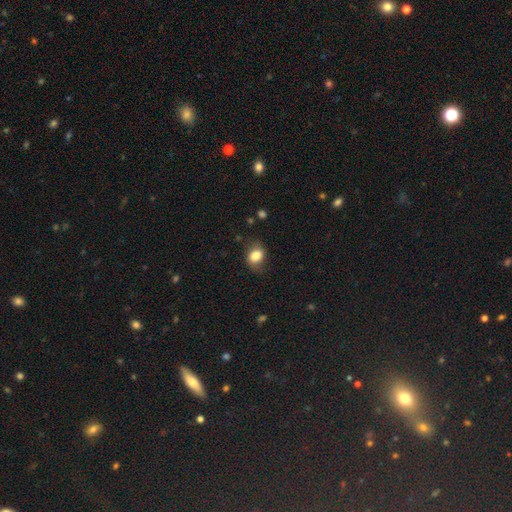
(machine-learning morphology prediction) type=smooth (80%); roundness=in between (62%); merging=none (69%).